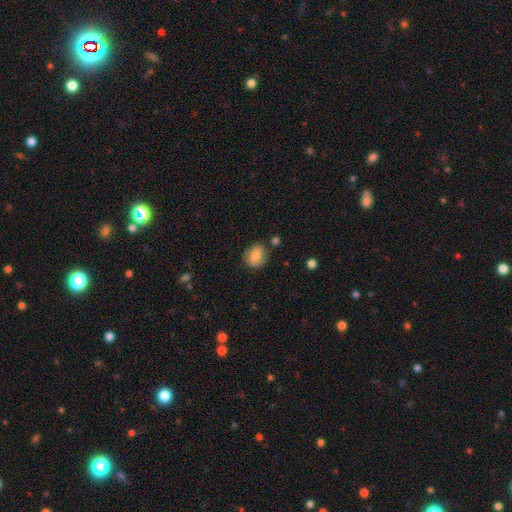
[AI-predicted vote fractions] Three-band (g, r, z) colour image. It shows a smooth galaxy with no disk features (80%) that is round (54%). Merging: none (74%).